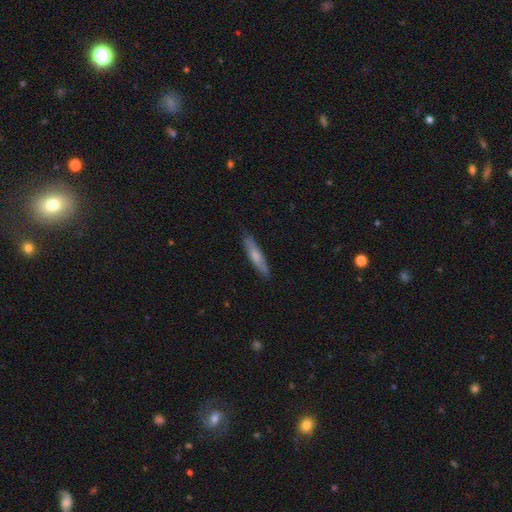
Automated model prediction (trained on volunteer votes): A smooth galaxy with no disk features (64%) that is cigar-shaped (86%).

Vote fractions:
- Smooth or featured? smooth: 64% / featured or disk: 31% / star or artifact: 6%
- How rounded? cigar-shaped: 86% / in between: 13% / round: 1%
- Merging? none: 86% / minor disturbance: 11% / major disturbance: 2% / merger: 1%